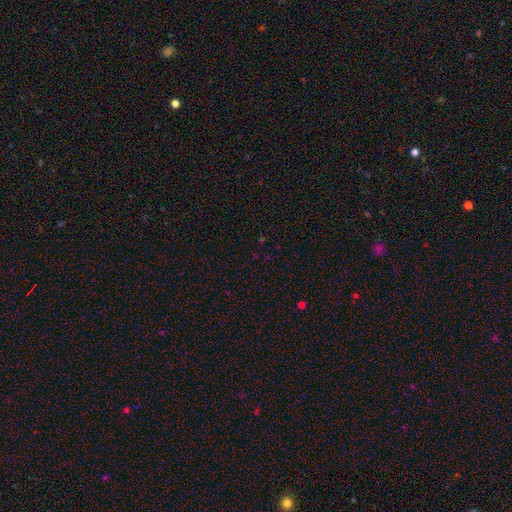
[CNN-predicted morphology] Smooth or featured? Predicted: star or artifact (p=0.61).